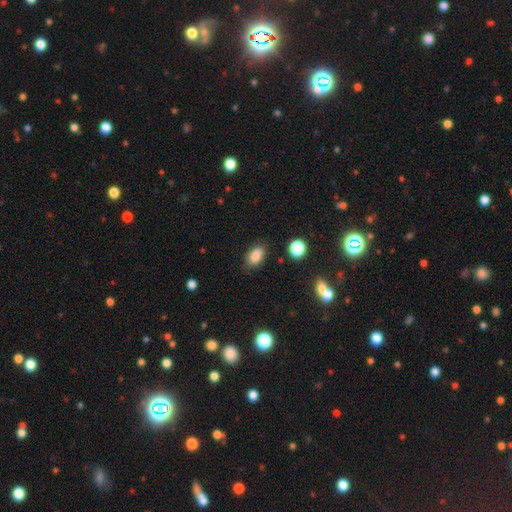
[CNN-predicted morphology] This appears to be a smooth galaxy with no disk features (85%) that is in between round and cigar-shaped (86%). Merging: none (78%).